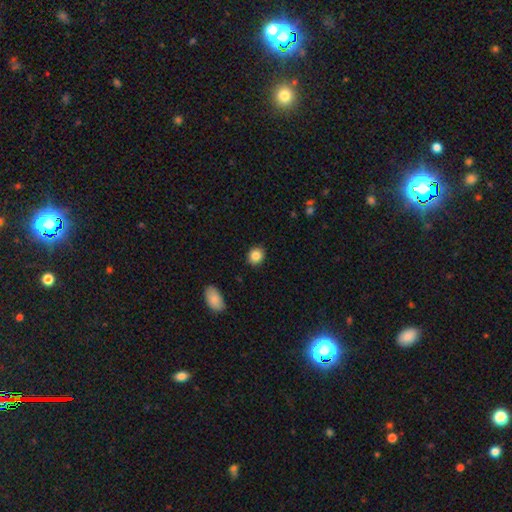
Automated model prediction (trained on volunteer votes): Q: Smooth or featured?
A: smooth (85%); runner-up: star or artifact (9%)
Q: How rounded?
A: round (74%); runner-up: in between (25%)
Q: Merging?
A: none (90%); runner-up: minor disturbance (7%)